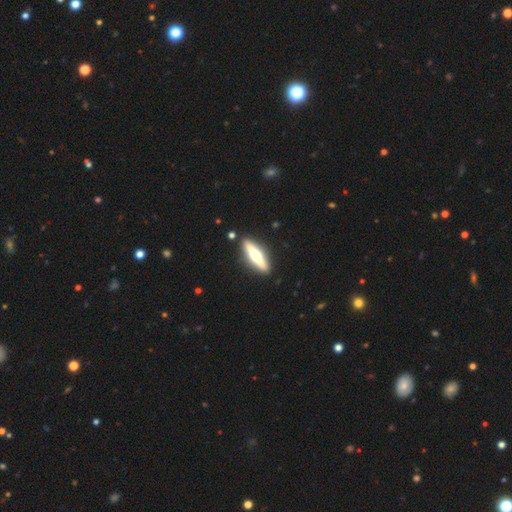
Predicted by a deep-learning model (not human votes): smooth-or-featured: featured or disk: 63% | smooth: 32% | star or artifact: 5%
  disk-edge-on: yes: 93% | no: 7%
    edge-on-bulge: rounded: 95% | boxy: 3% | none: 2%
  merging: none: 89% | minor disturbance: 7% | merger: 2% | major disturbance: 2%